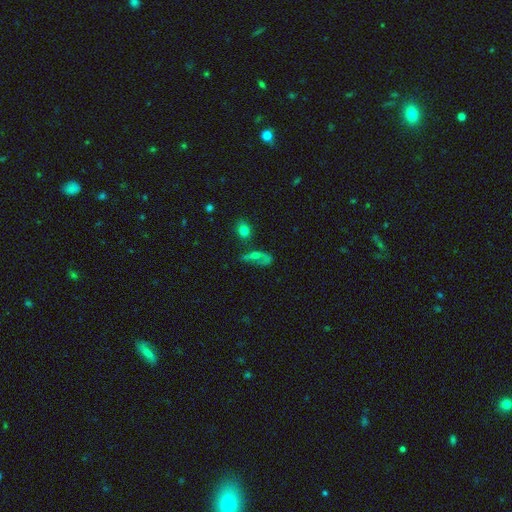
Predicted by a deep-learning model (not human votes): Smooth or featured? featured or disk (41%)
Merging? none (36%)